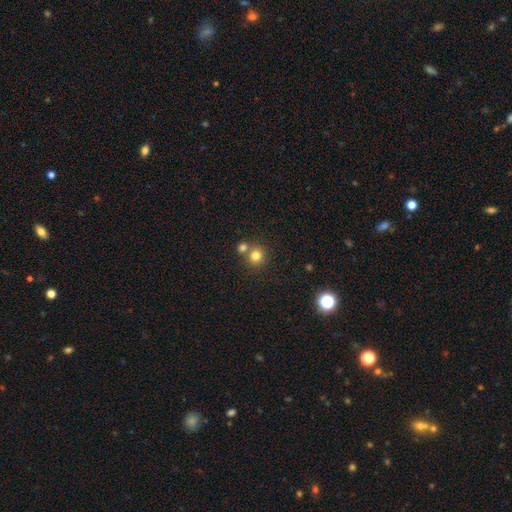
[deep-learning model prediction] Smooth or featured? Predicted: smooth (p=0.80). How rounded? Predicted: round (p=0.89). Merging? Predicted: none (p=0.60).